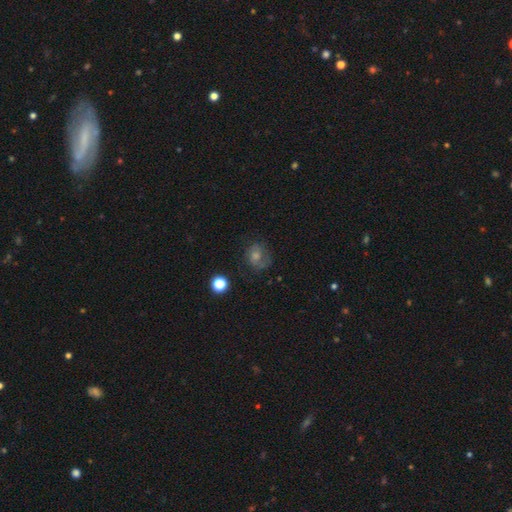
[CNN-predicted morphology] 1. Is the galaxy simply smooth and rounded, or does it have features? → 40% smooth, 39% featured or disk, 22% star or artifact.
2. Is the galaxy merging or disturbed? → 68% none, 19% minor disturbance, 12% major disturbance, 2% merger.